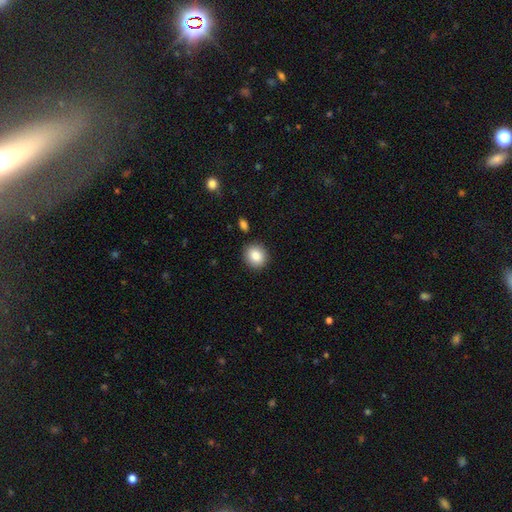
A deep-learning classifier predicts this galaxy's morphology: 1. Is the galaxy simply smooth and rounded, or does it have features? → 87% smooth, 8% star or artifact, 5% featured or disk.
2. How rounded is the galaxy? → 80% round, 19% in between, 1% cigar-shaped.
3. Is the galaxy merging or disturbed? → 89% none, 7% minor disturbance, 2% major disturbance, 2% merger.